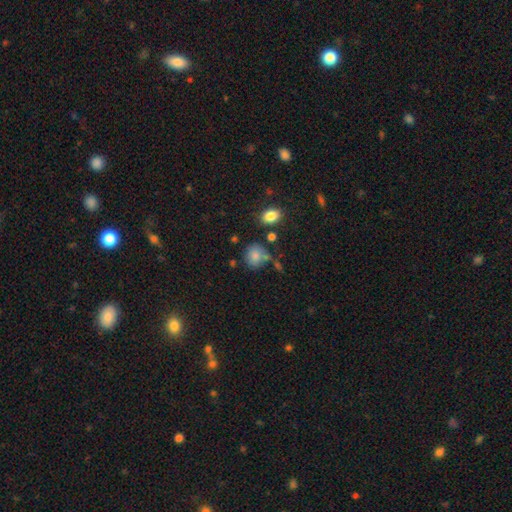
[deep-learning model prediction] smooth 81%, star or artifact 10%, featured or disk 9%. Down the decision tree: how rounded — round (74%); merging — none (62%).